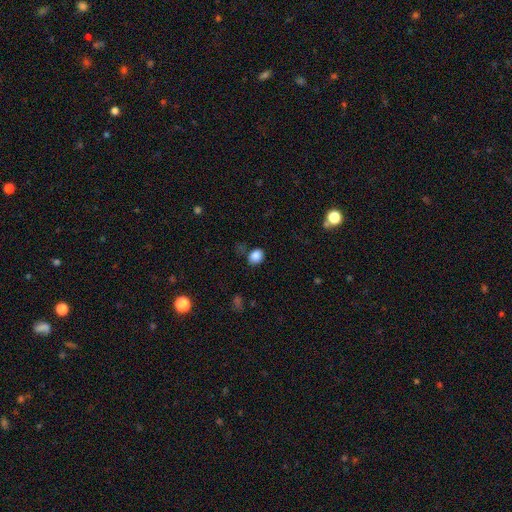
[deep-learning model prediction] The model was most divided on "how rounded": round: 53%, in between: 46%, cigar-shaped: 1%. More confident: smooth or featured — smooth (86%); merging — none (75%).